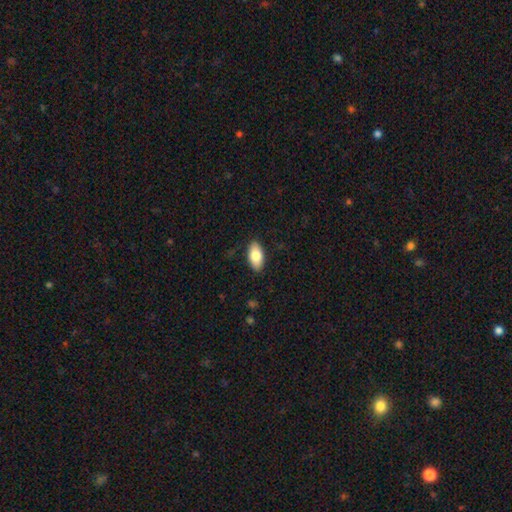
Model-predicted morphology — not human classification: A smooth galaxy with no disk features (81%) that is in between round and cigar-shaped (93%).

Vote fractions:
- Smooth or featured? smooth: 81% / featured or disk: 13% / star or artifact: 7%
- How rounded? in between: 93% / cigar-shaped: 4% / round: 3%
- Merging? none: 88% / minor disturbance: 9% / major disturbance: 2% / merger: 1%